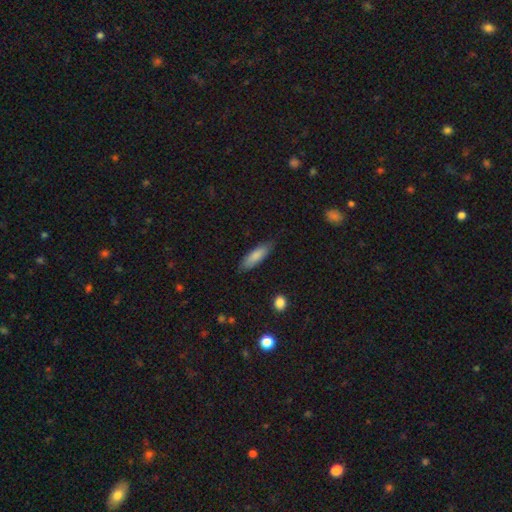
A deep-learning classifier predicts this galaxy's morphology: Smooth or featured?
  - smooth: 83% *
  - featured or disk: 12%
  - star or artifact: 6%
How rounded?
  - cigar-shaped: 51% *
  - in between: 48%
  - round: 2%
Merging?
  - none: 80% *
  - minor disturbance: 16%
  - major disturbance: 3%
  - merger: 1%